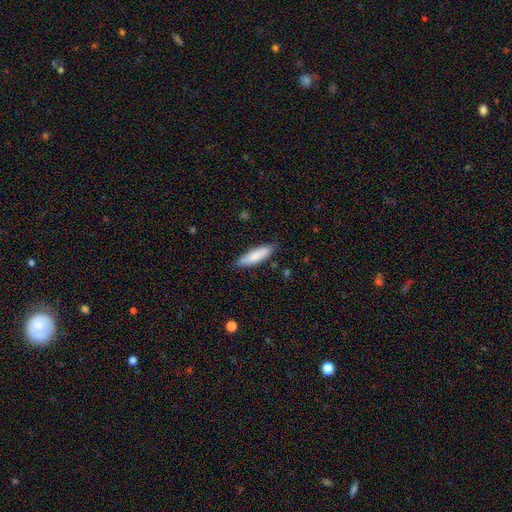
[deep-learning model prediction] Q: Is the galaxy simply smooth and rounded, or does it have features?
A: smooth — 81%.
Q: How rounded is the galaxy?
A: cigar-shaped — 60%.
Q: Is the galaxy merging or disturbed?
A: none — 82%.